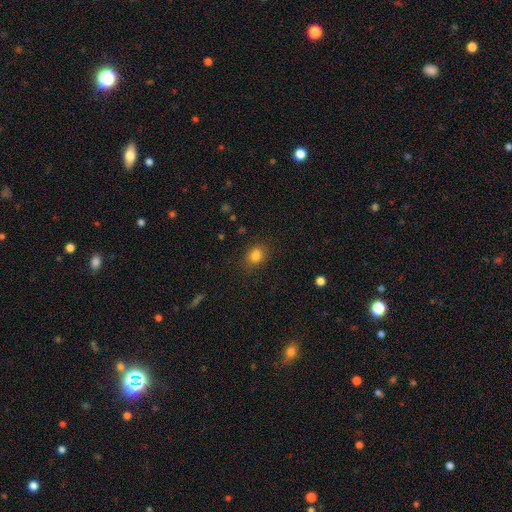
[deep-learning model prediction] The model was most divided on "how rounded": in between: 57%, round: 41%, cigar-shaped: 1%. More confident: merging — none (83%); smooth or featured — smooth (82%).